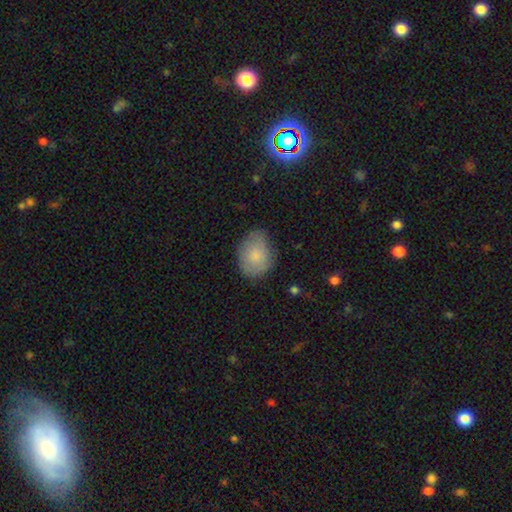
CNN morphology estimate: Q: Smooth or featured?
A: smooth (79%); runner-up: featured or disk (14%)
Q: How rounded?
A: in between (65%); runner-up: round (34%)
Q: Merging?
A: none (66%); runner-up: minor disturbance (27%)